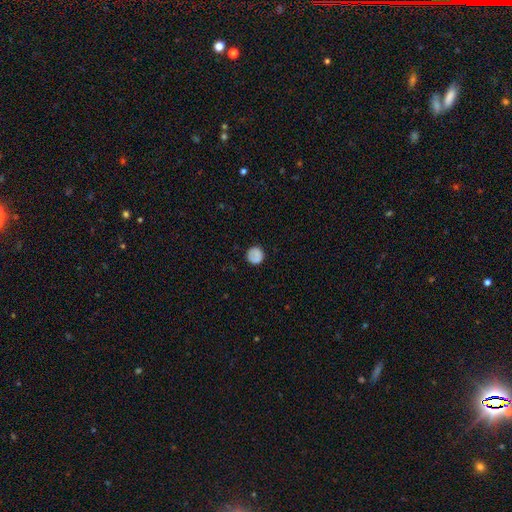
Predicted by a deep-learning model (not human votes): Smooth or featured? Predicted: smooth (p=0.81). How rounded? Predicted: round (p=0.92). Merging? Predicted: none (p=0.85).